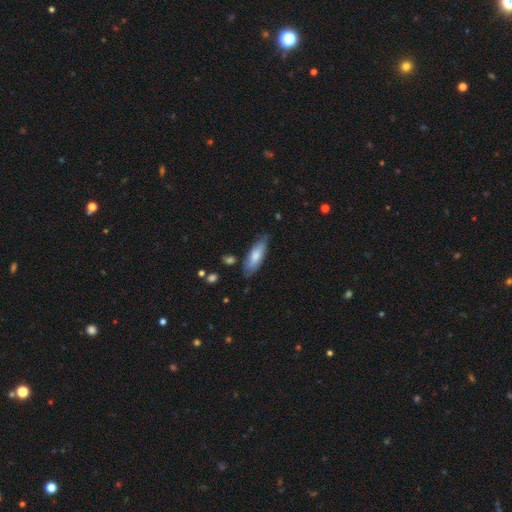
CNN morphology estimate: smooth-or-featured: smooth: 72% | featured or disk: 22% | star or artifact: 6%
  how-rounded: in between: 59% | cigar-shaped: 40% | round: 2%
  merging: none: 70% | minor disturbance: 23% | major disturbance: 4% | merger: 3%